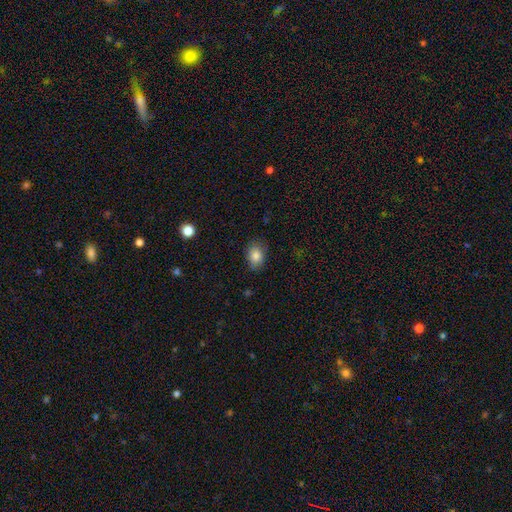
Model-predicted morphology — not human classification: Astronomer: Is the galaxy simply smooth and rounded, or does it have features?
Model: smooth — 85%.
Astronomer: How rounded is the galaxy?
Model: in between — 73%.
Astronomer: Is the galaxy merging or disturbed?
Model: none — 78%.